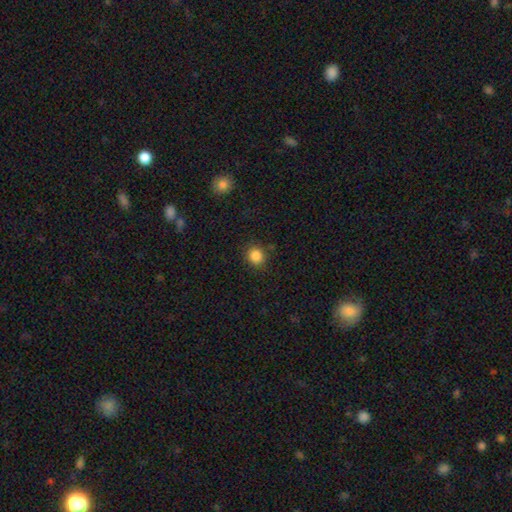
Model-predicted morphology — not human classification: Overall: smooth (86%). How rounded: round (82%). Merging: none (86%).